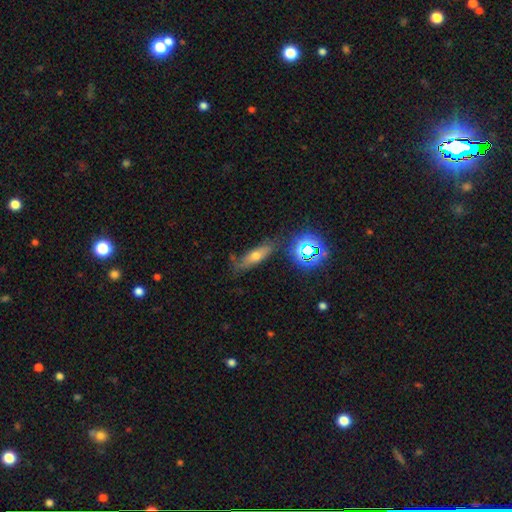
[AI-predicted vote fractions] smooth_or_featured: smooth (p=0.50) [alt: featured or disk p=0.31]
merging: none (p=0.69) [alt: minor disturbance p=0.20]